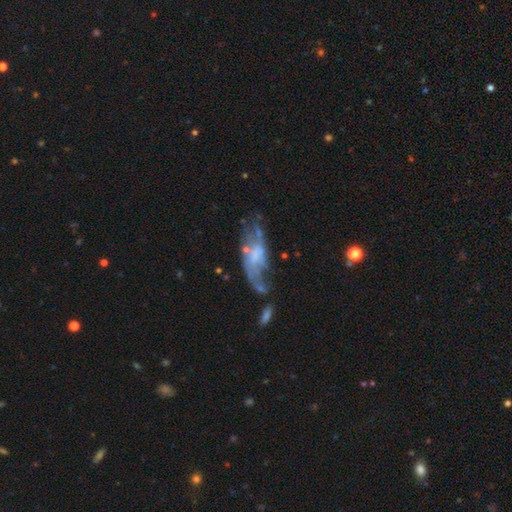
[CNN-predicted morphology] This is likely a featured or disk galaxy (65%). It is clearly not viewed edge-on (87%). Bar: possibly no (59%). Spiral arm pattern: possibly yes (57%). Central bulge: possibly none (50%). Merging: marginally none (36%).